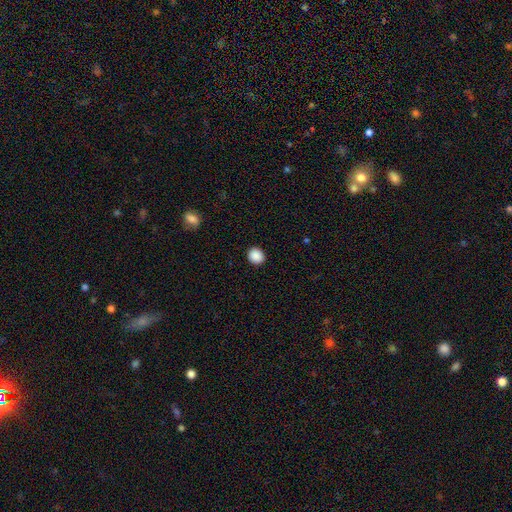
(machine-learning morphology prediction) This appears to be a smooth galaxy with no disk features (89%) that is round (77%). Merging: none (92%).